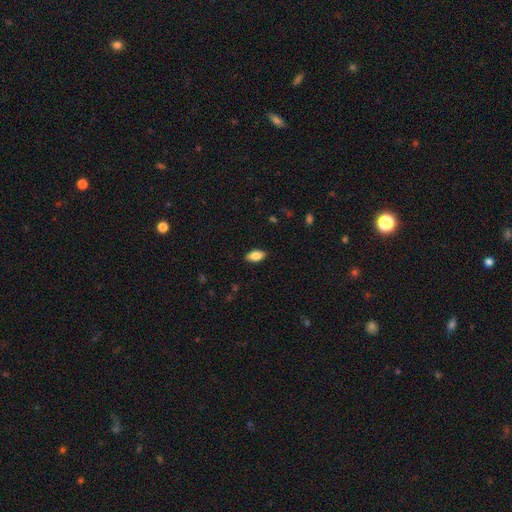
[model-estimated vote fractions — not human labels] smooth 83%, featured or disk 10%, star or artifact 7%. Down the decision tree: how rounded — in between (91%); merging — none (88%).